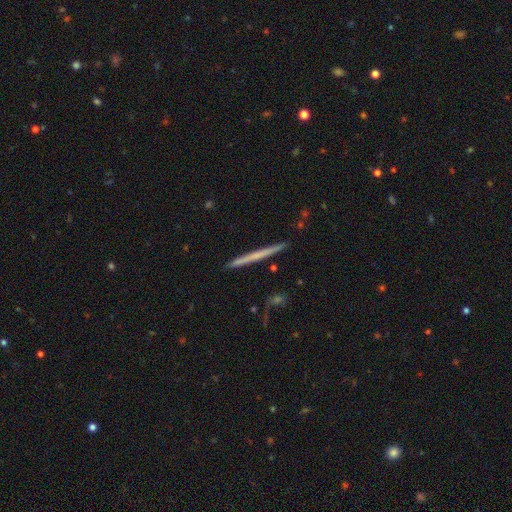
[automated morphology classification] type=featured or disk (54%); edge-on=yes (98%); edge-on bulge=none (84%); merging=none (91%).